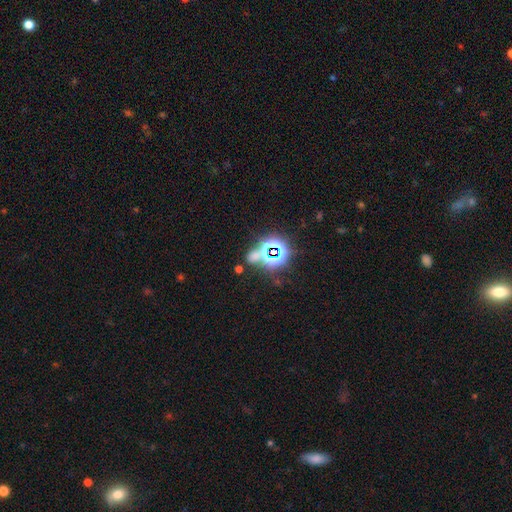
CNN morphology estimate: smooth-or-featured: star or artifact: 62% | smooth: 30% | featured or disk: 8%